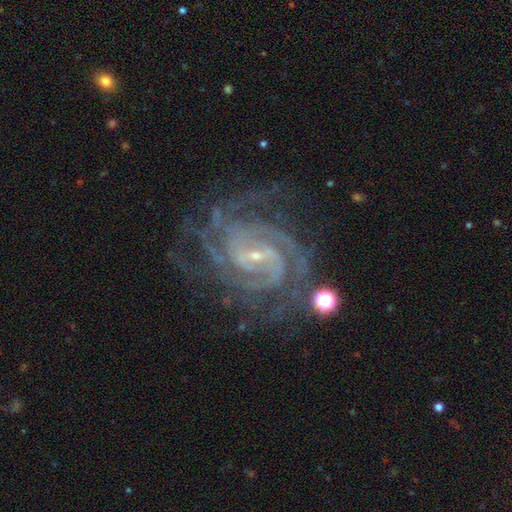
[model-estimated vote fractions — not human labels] This appears to be a featured or disk galaxy (92%) with a weak bar (46%), 4 (23%) tight (68%) spiral arms (99%) and a small central bulge (85%). Merging: none (73%).